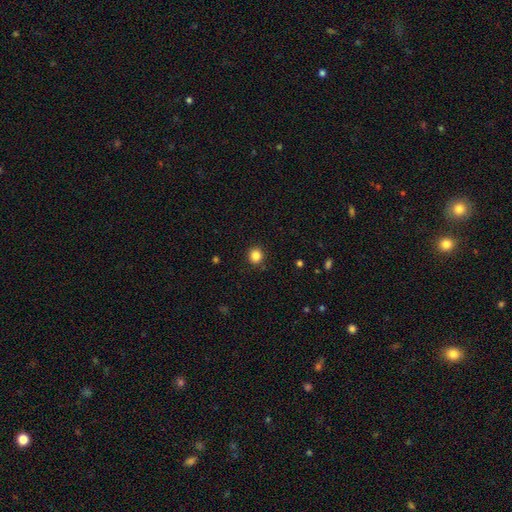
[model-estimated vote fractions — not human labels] The model was most divided on "smooth or featured": smooth: 85%, star or artifact: 11%, featured or disk: 4%. More confident: merging — none (90%); how rounded — round (87%).